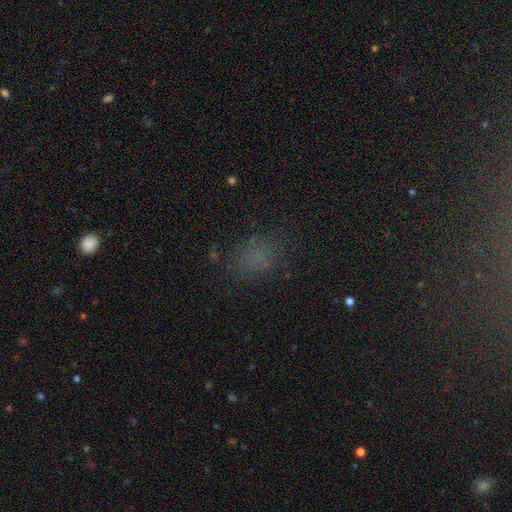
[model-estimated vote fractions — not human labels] Smooth or featured? Predicted: smooth (p=0.65). How rounded? Predicted: in between (p=0.51). Merging? Predicted: none (p=0.72).